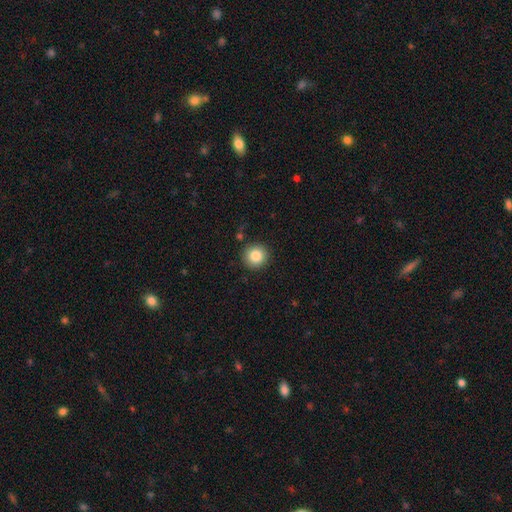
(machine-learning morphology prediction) A smooth galaxy with no disk features (85%) that is round (93%).

Vote fractions:
- Smooth or featured? smooth: 85% / star or artifact: 9% / featured or disk: 6%
- How rounded? round: 93% / in between: 6% / cigar-shaped: 1%
- Merging? none: 88% / minor disturbance: 7% / major disturbance: 2% / merger: 2%